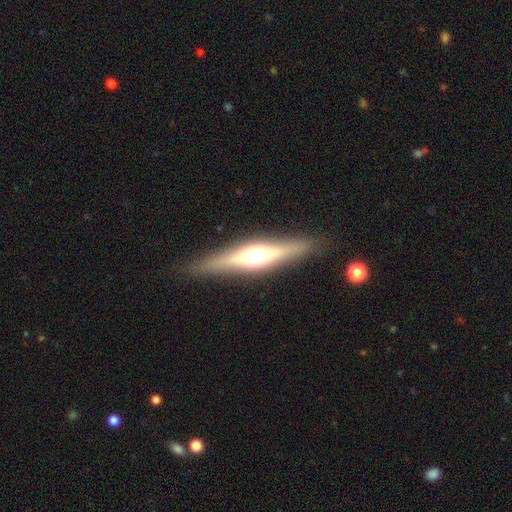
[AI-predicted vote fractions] This is likely a featured or disk galaxy (68%). It is clearly viewed edge-on (95%). Edge-on bulge: clearly rounded (93%). Merging: clearly none (88%).